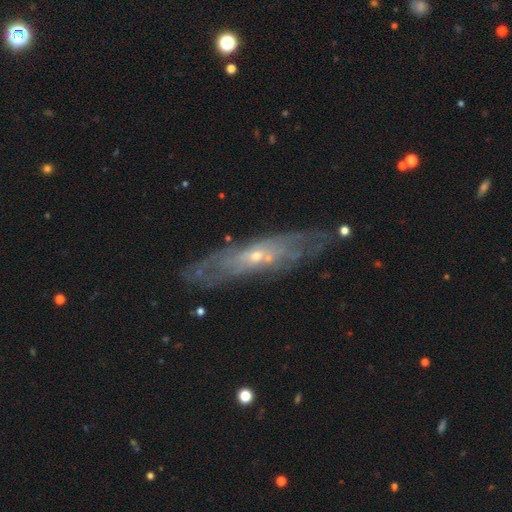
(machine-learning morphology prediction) Smooth or featured? Predicted: featured or disk (p=0.72). Edge-on disk? Predicted: no (p=0.67). Merging? Predicted: none (p=0.70).